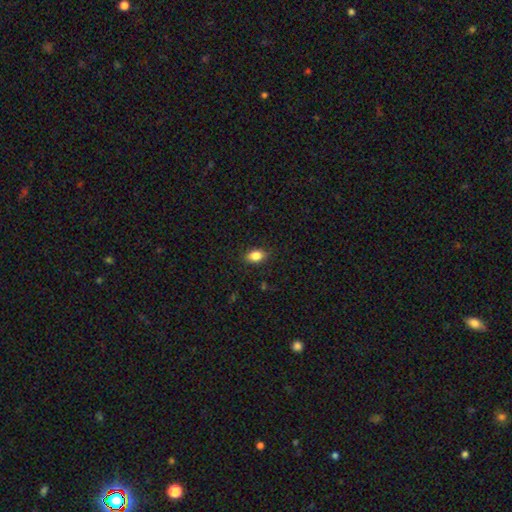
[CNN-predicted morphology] smooth 85%, star or artifact 9%, featured or disk 6%. Down the decision tree: how rounded — in between (82%); merging — none (86%).